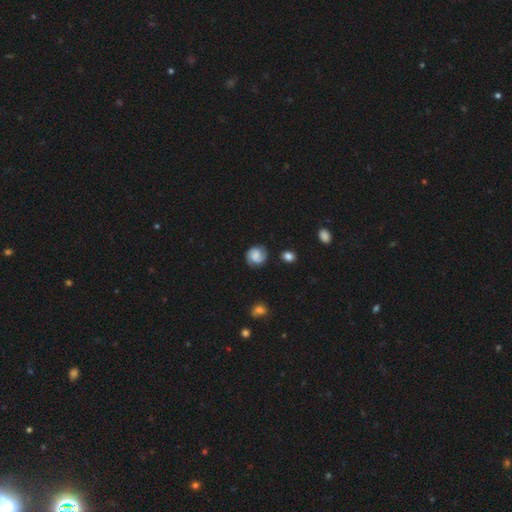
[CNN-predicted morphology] Smooth or featured: featured or disk — 50% (smooth — 41%)
Edge-on disk: no — 98% (yes — 2%)
Merging: none — 78% (minor disturbance — 15%)